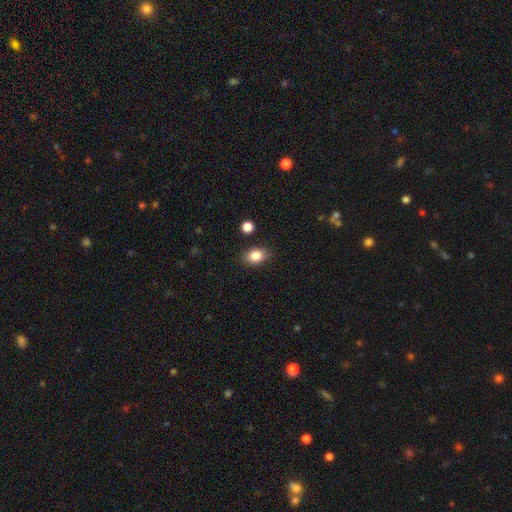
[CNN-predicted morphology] A smooth galaxy with no disk features (85%) that is in between round and cigar-shaped (72%). Merging: none (84%).